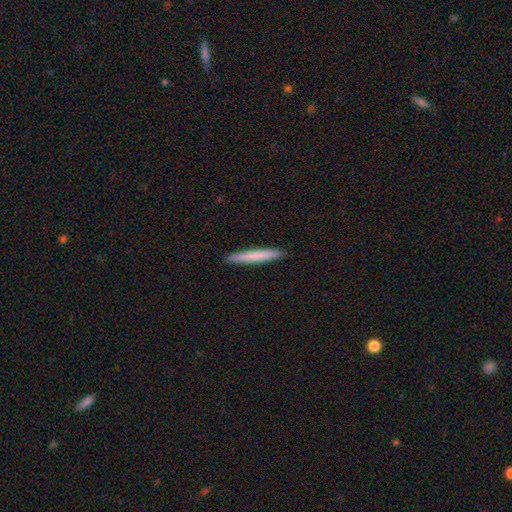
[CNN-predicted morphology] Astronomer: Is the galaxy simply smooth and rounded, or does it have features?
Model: smooth — 73%.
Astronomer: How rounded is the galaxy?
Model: cigar-shaped — 96%.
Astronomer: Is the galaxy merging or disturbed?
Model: none — 92%.